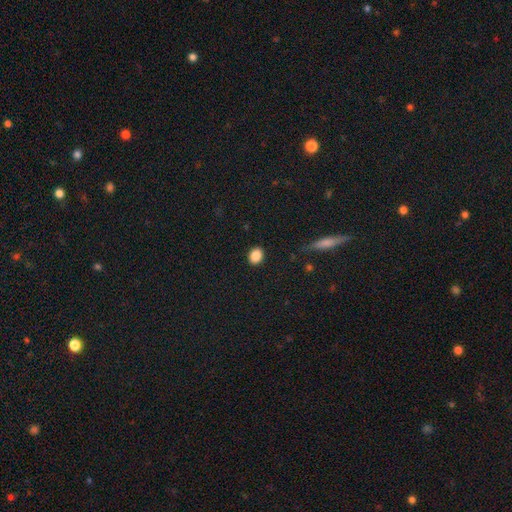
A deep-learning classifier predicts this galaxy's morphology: Overall: smooth (87%). How rounded: round (52%; in between 46%). Merging: none (89%).